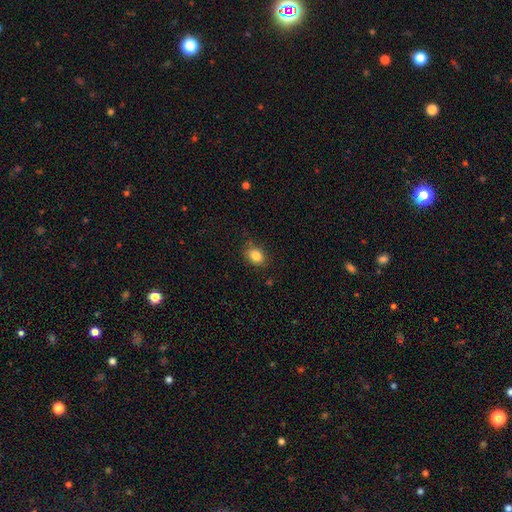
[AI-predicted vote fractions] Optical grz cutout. It shows a smooth galaxy with no disk features (84%) that is in between round and cigar-shaped (61%). Merging: none (79%).